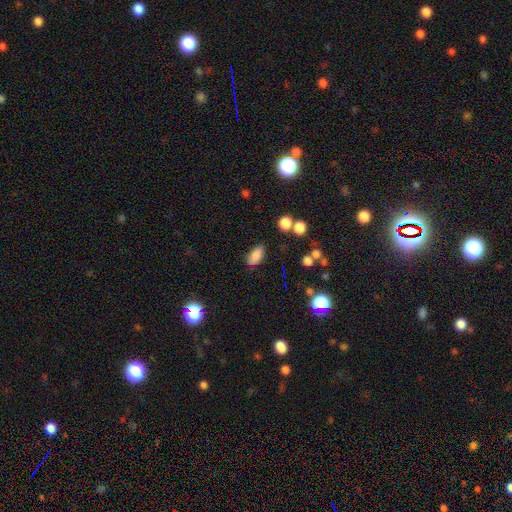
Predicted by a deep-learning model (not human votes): Smooth or featured: smooth — 84% (star or artifact — 10%)
How rounded: in between — 89% (cigar-shaped — 6%)
Merging: none — 79% (minor disturbance — 14%)